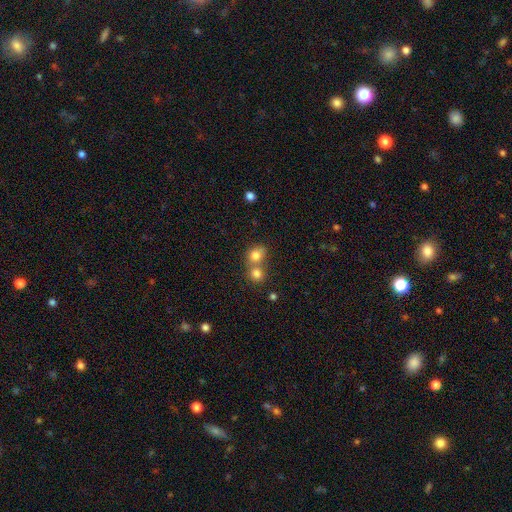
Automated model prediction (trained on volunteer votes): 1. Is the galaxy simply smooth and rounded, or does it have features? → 79% smooth, 11% star or artifact, 9% featured or disk.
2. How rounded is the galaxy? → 68% round, 31% in between, 1% cigar-shaped.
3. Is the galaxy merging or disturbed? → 53% merger, 37% none, 7% minor disturbance, 3% major disturbance.